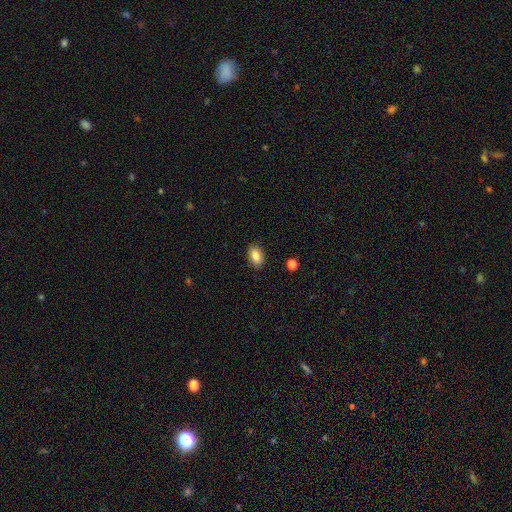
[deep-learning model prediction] Smooth or featured?
  - smooth: 86% *
  - star or artifact: 8%
  - featured or disk: 6%
How rounded?
  - in between: 88% *
  - round: 11%
  - cigar-shaped: 2%
Merging?
  - none: 87% *
  - minor disturbance: 9%
  - major disturbance: 2%
  - merger: 1%